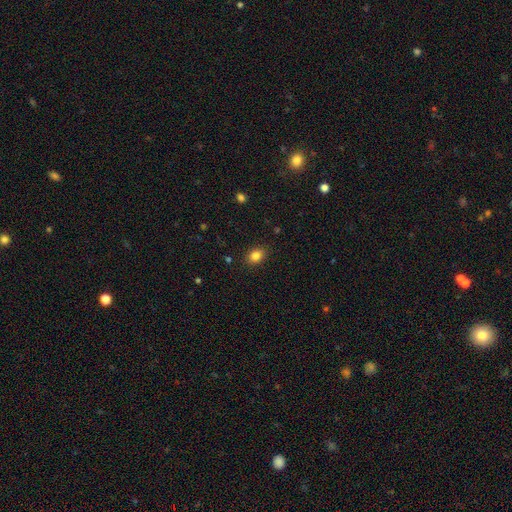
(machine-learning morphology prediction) Overall: smooth (83%). How rounded: in between (62%; round 36%). Merging: none (88%).